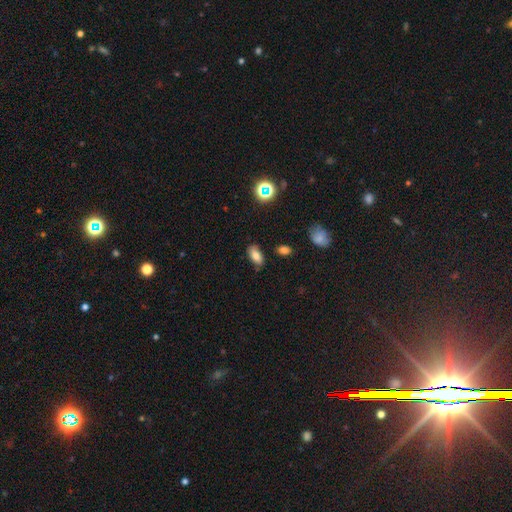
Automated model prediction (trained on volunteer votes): Smooth or featured: smooth — 75% (featured or disk — 13%)
How rounded: in between — 90% (cigar-shaped — 5%)
Merging: none — 79% (minor disturbance — 15%)